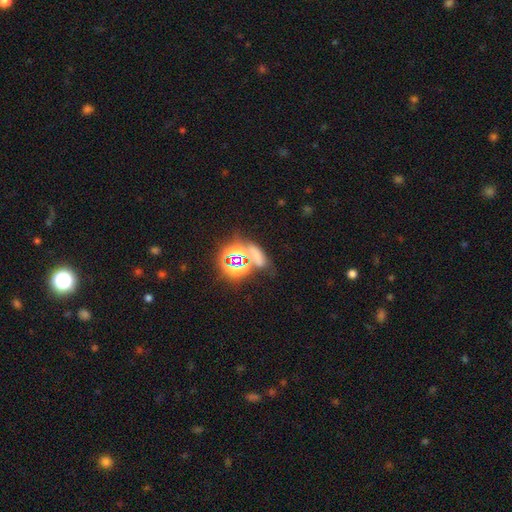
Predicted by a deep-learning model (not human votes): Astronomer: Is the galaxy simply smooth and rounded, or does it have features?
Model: star or artifact — 49% (runner-up: smooth, 39%).